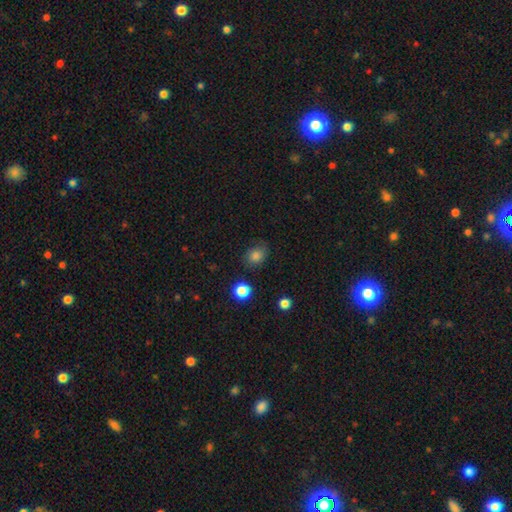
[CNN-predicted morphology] A smooth galaxy with no disk features (80%) that is round (54%).

Vote fractions:
- Smooth or featured? smooth: 80% / star or artifact: 12% / featured or disk: 9%
- How rounded? round: 54% / in between: 45% / cigar-shaped: 1%
- Merging? none: 71% / minor disturbance: 21% / major disturbance: 7% / merger: 2%